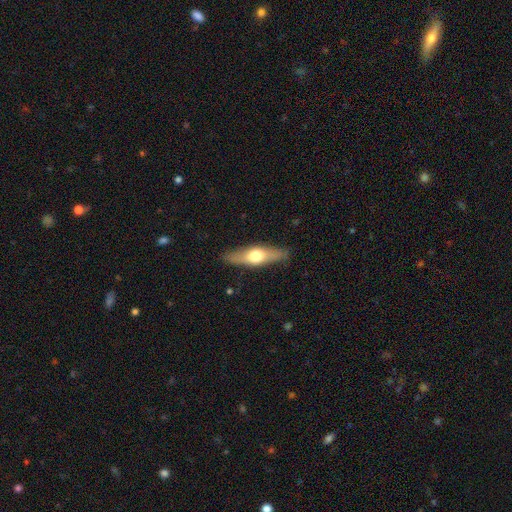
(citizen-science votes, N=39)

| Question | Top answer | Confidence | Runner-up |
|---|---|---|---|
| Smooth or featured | smooth | 49% | featured or disk (46%) |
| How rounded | in between | 53% | cigar-shaped (42%) |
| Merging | none | 86% | minor disturbance (11%) |